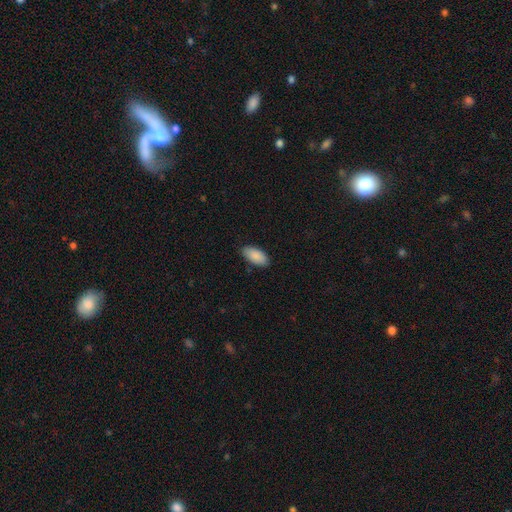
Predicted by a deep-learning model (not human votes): The model was most divided on "merging": none: 86%, minor disturbance: 11%, major disturbance: 2%, merger: 1%. More confident: how rounded — in between (93%); smooth or featured — smooth (90%).